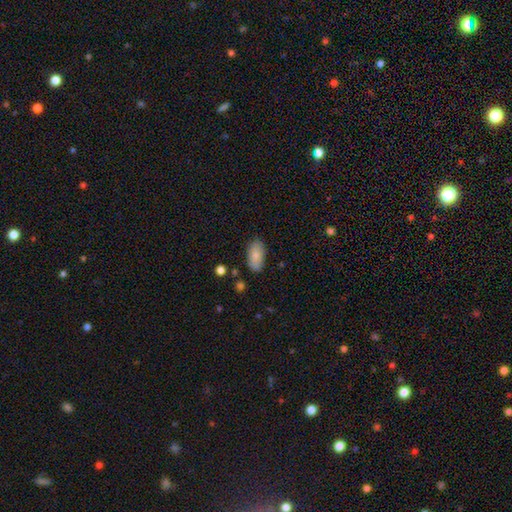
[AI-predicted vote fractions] smooth 84%, featured or disk 10%, star or artifact 7%. Down the decision tree: how rounded — in between (93%); merging — none (83%).